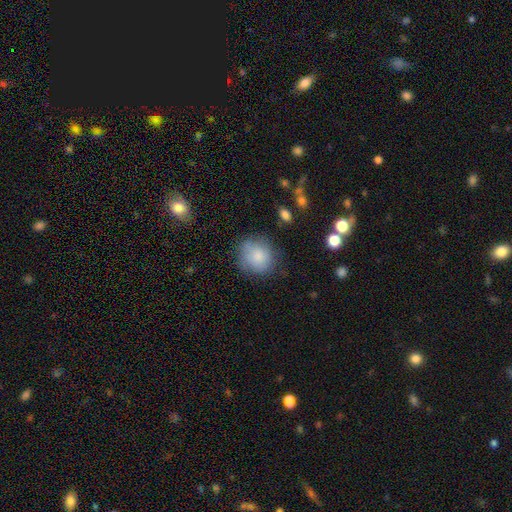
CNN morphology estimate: This is clearly a smooth galaxy (82%). How rounded: clearly round (84%). Merging: likely none (70%).